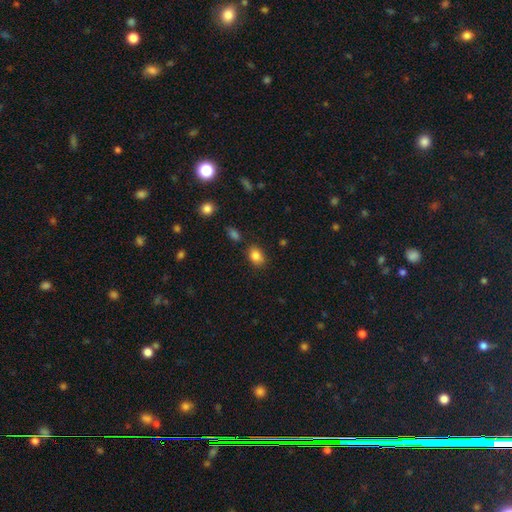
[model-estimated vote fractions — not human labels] This is clearly a smooth galaxy (85%). How rounded: likely in between (71%). Merging: clearly none (80%).